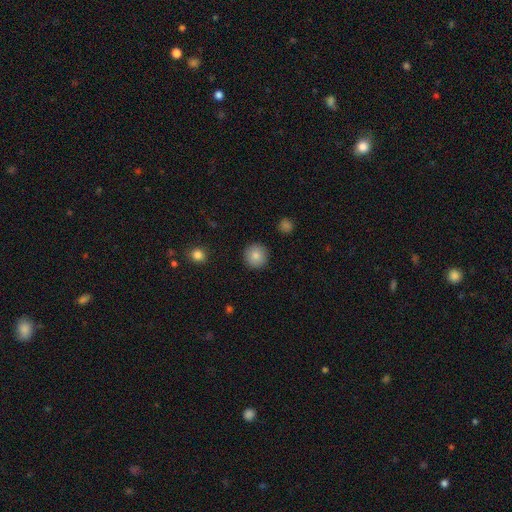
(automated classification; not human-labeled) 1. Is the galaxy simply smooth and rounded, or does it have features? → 85% smooth, 9% star or artifact, 7% featured or disk.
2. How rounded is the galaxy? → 95% round, 4% in between, 1% cigar-shaped.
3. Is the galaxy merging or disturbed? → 92% none, 5% minor disturbance, 2% major disturbance, 1% merger.